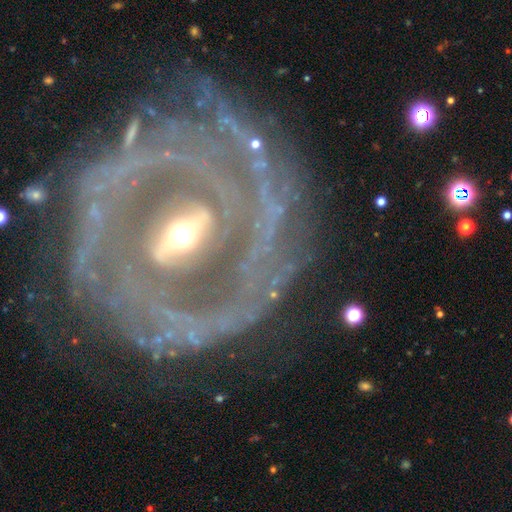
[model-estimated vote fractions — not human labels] The model was most divided on "spiral arm count": 2: 41%, can't tell: 23%, 3: 11%, more than 4: 9%, 4: 9%, 1: 7%. More confident: edge-on disk — no (96%); spiral arms — yes (91%); smooth or featured — featured or disk (90%); merging — none (75%); spiral winding — tight (68%); bulge size — moderate (57%); bar — strong (54%).